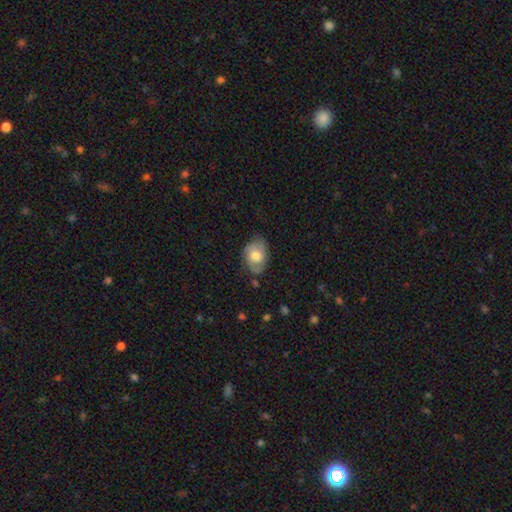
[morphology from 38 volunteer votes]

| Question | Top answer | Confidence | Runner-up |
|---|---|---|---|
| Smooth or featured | smooth | 61% | featured or disk (34%) |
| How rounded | in between | 83% | round (17%) |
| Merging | none | 61% | minor disturbance (25%) |